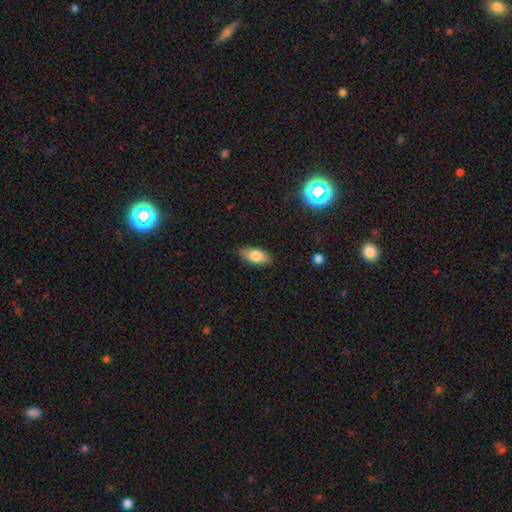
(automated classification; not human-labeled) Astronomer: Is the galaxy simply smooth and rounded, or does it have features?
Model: smooth — 80%.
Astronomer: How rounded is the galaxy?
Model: in between — 88%.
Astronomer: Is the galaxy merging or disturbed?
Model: none — 86%.